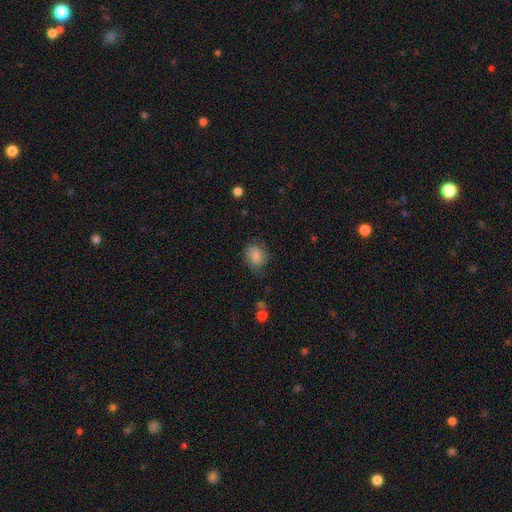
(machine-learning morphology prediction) A smooth galaxy with no disk features (85%) that is round (51%). Merging: none (71%).